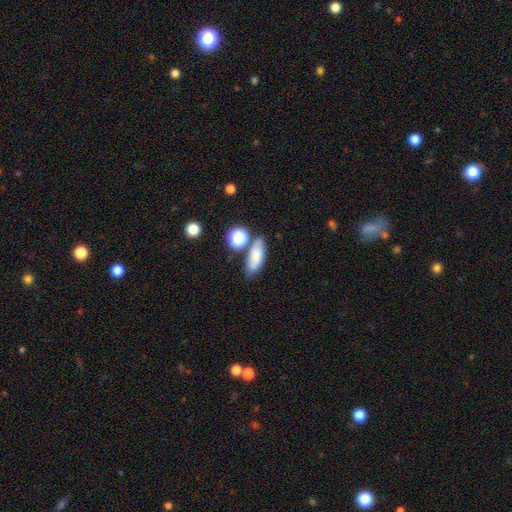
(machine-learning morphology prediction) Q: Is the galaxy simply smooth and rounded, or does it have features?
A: smooth — 75%.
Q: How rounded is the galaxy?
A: in between — 66%.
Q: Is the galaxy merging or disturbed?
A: none — 64%.